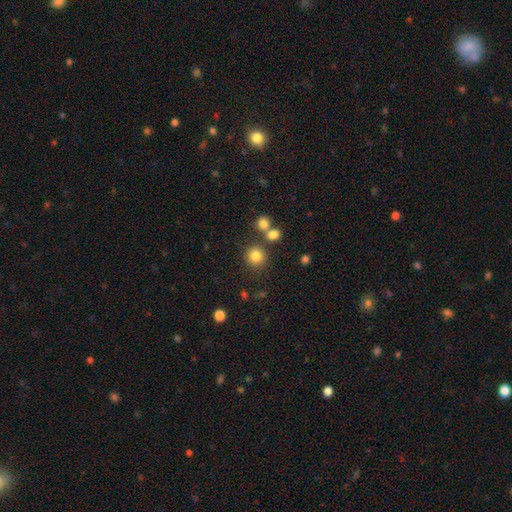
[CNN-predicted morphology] Overall: smooth (81%). How rounded: round (90%). Merging: none (75%).